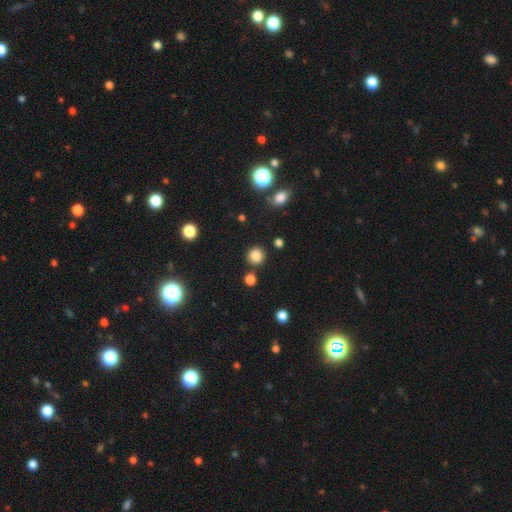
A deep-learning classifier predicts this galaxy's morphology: Q: Smooth or featured?
A: smooth (83%); runner-up: star or artifact (12%)
Q: How rounded?
A: round (93%); runner-up: in between (6%)
Q: Merging?
A: none (85%); runner-up: minor disturbance (7%)